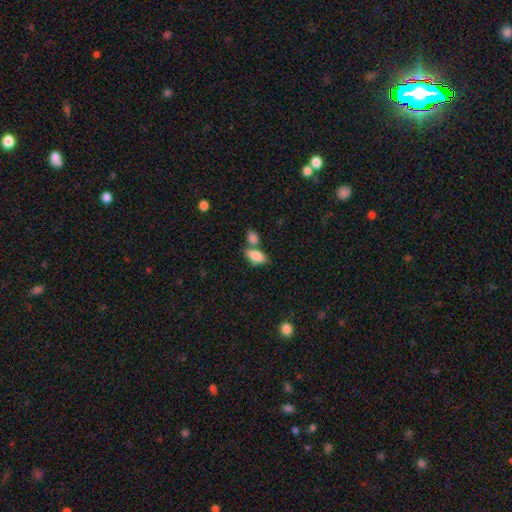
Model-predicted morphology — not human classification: Smooth or featured: smooth — 84% (featured or disk — 9%)
How rounded: in between — 90% (cigar-shaped — 6%)
Merging: none — 49% (merger — 34%)